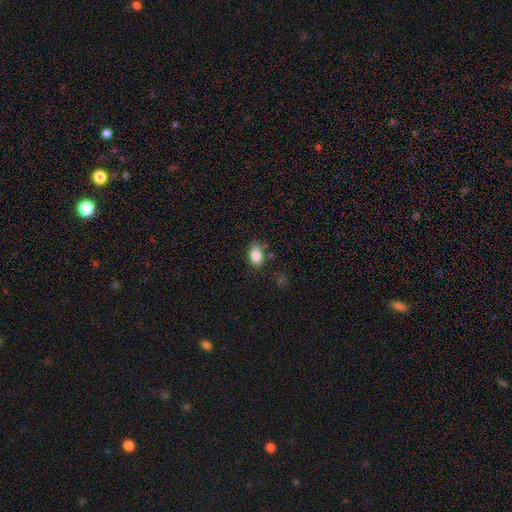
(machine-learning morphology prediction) smooth 84%, star or artifact 8%, featured or disk 8%. Down the decision tree: how rounded — in between (86%); merging — none (73%).